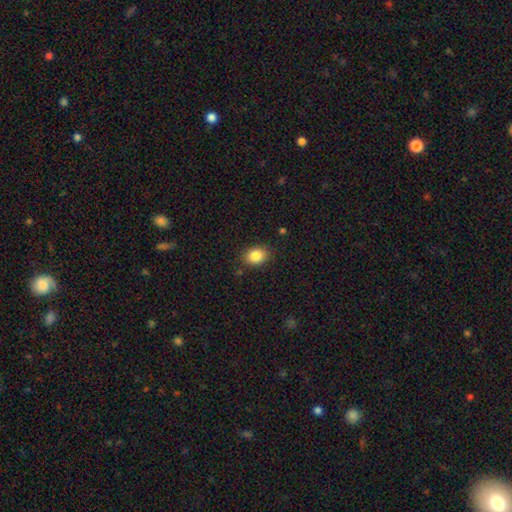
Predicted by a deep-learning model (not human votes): A smooth galaxy with no disk features (85%) that is in between round and cigar-shaped (56%).

Vote fractions:
- Smooth or featured? smooth: 85% / star or artifact: 9% / featured or disk: 5%
- How rounded? in between: 56% / round: 43% / cigar-shaped: 1%
- Merging? none: 84% / minor disturbance: 11% / major disturbance: 3% / merger: 2%